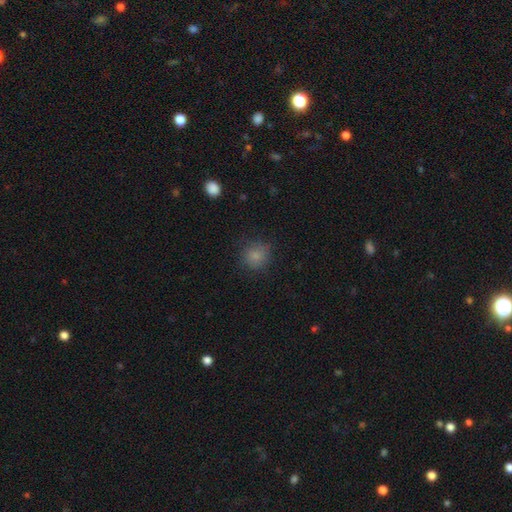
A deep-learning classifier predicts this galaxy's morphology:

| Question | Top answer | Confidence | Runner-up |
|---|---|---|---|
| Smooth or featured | smooth | 83% | star or artifact (12%) |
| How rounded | round | 87% | in between (12%) |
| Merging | none | 80% | minor disturbance (14%) |